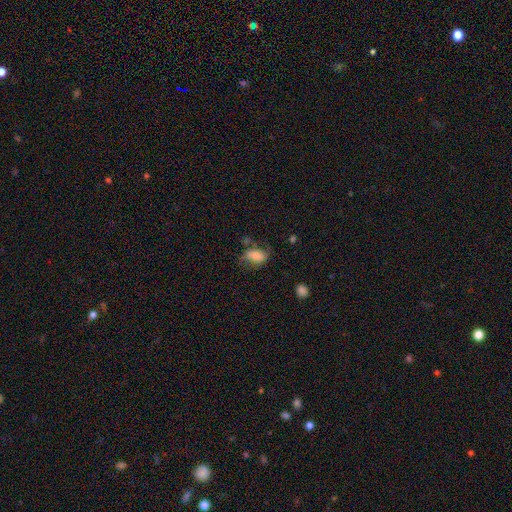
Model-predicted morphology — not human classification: Overall: smooth (70%). How rounded: in between (87%). Merging: none (46%; minor disturbance 29%).